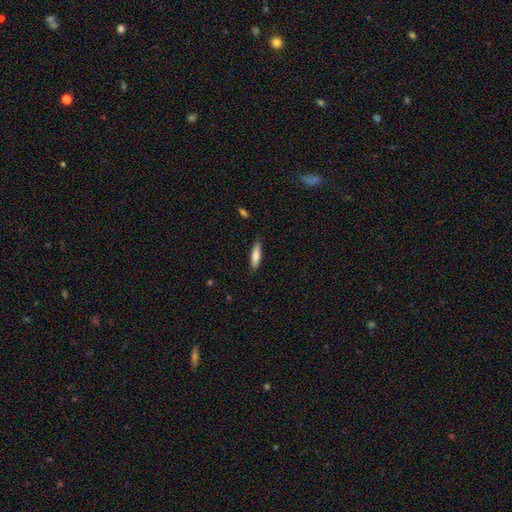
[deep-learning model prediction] Overall: smooth (77%). How rounded: cigar-shaped (70%). Merging: none (88%).